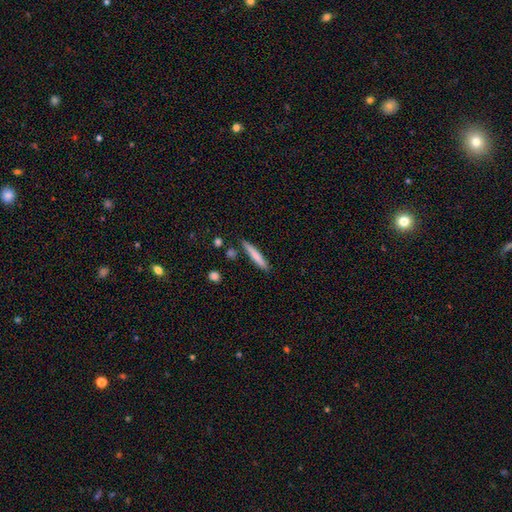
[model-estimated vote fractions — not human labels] This appears to be a smooth galaxy with no disk features (75%) that is cigar-shaped (93%). Merging: none (84%).